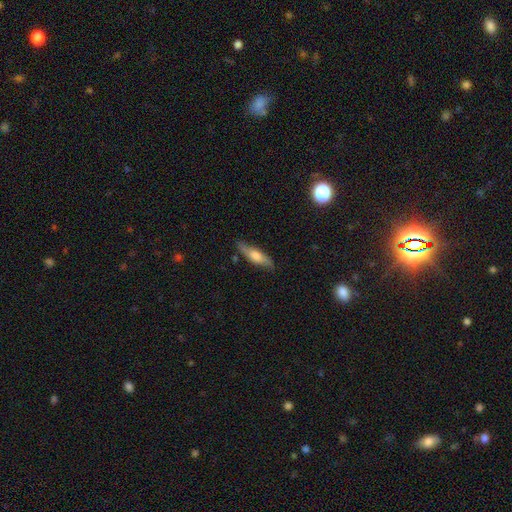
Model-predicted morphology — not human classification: Overall: smooth (51%; featured or disk 42%). How rounded: cigar-shaped (59%; in between 38%). Merging: none (78%).